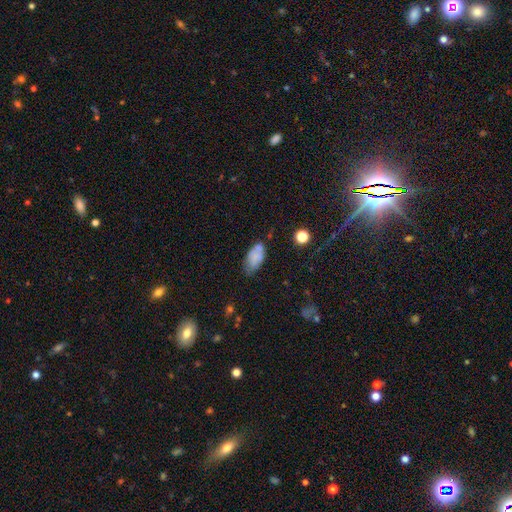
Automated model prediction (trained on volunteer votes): A smooth galaxy with no disk features (69%) that is in between round and cigar-shaped (92%).

Vote fractions:
- Smooth or featured? smooth: 69% / featured or disk: 21% / star or artifact: 10%
- How rounded? in between: 92% / round: 4% / cigar-shaped: 4%
- Merging? none: 51% / minor disturbance: 29% / merger: 10% / major disturbance: 10%